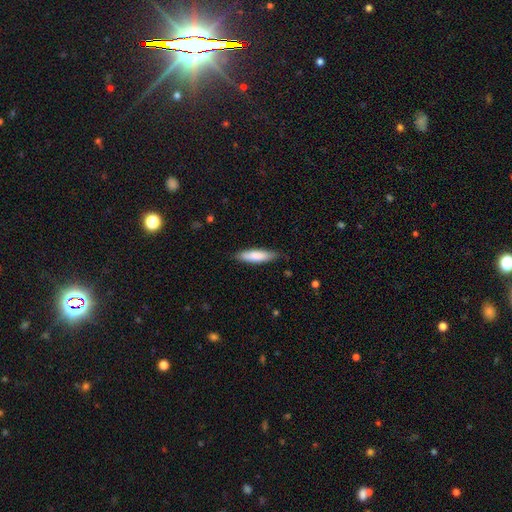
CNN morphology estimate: type=smooth (80%); roundness=cigar-shaped (67%); merging=none (82%).